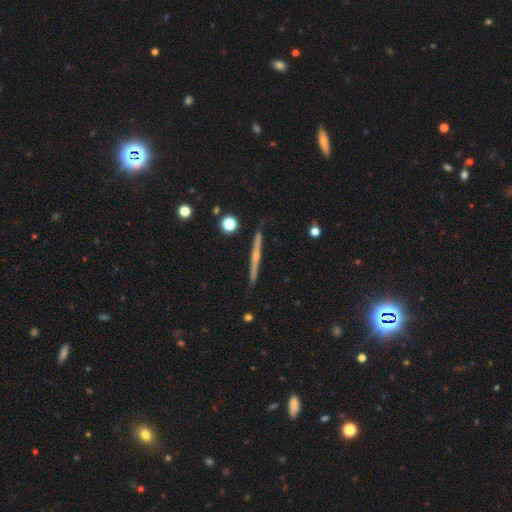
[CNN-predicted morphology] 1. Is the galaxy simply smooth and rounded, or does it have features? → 74% featured or disk, 19% smooth, 7% star or artifact.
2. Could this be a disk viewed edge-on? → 98% yes, 2% no.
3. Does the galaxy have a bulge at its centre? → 69% rounded, 26% none, 5% boxy.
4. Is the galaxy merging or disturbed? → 90% none, 7% minor disturbance, 1% merger, 1% major disturbance.